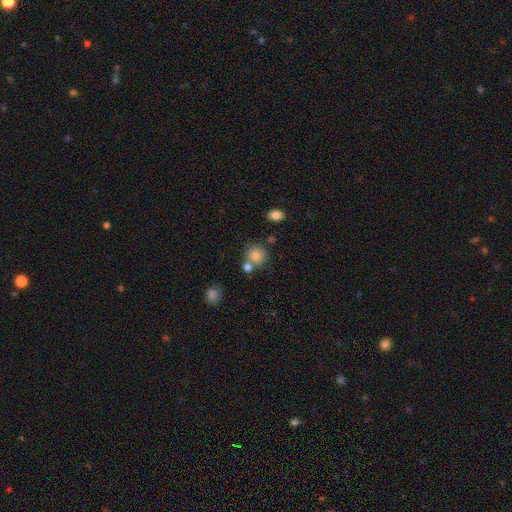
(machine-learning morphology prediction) This appears to be a smooth galaxy with no disk features (83%) that is round (86%). Merging: none (63%).